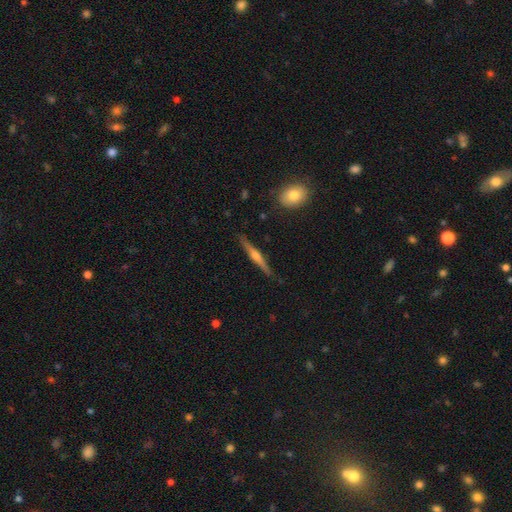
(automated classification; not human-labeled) This appears to be a featured or disk galaxy (74%) viewed edge-on (98%) with a rounded central bulge (88%). Merging: none (89%).